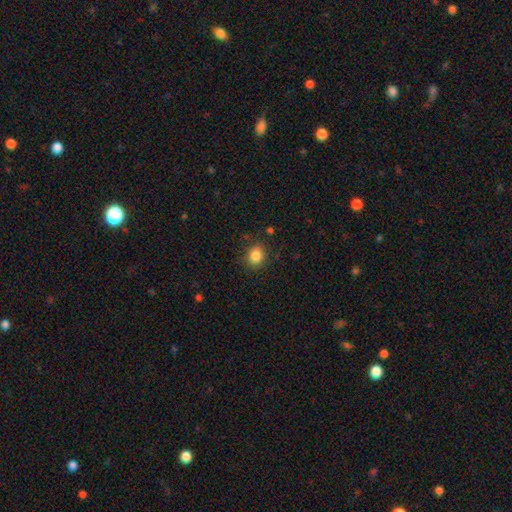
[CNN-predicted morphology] Smooth or featured? smooth (85%)
How rounded? round (63%)
Merging? none (85%)